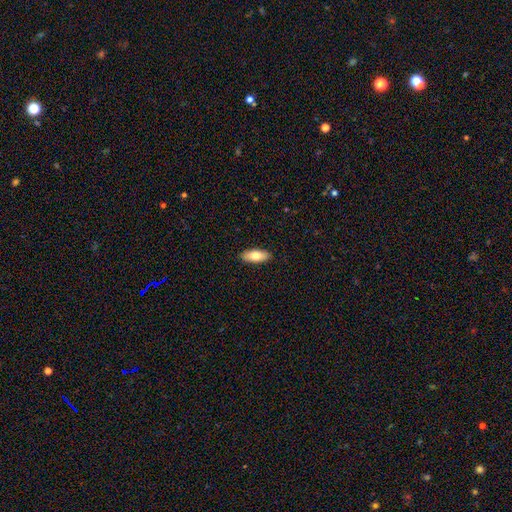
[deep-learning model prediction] smooth 75%, featured or disk 19%, star or artifact 6%. Down the decision tree: how rounded — in between (80%); merging — none (90%).